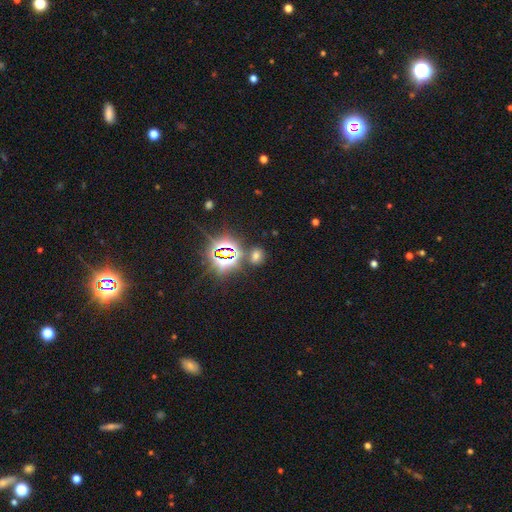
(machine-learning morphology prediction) Smooth or featured?
  - smooth: 47% *
  - star or artifact: 45%
  - featured or disk: 8%
Merging?
  - none: 79% *
  - minor disturbance: 10%
  - merger: 8%
  - major disturbance: 4%